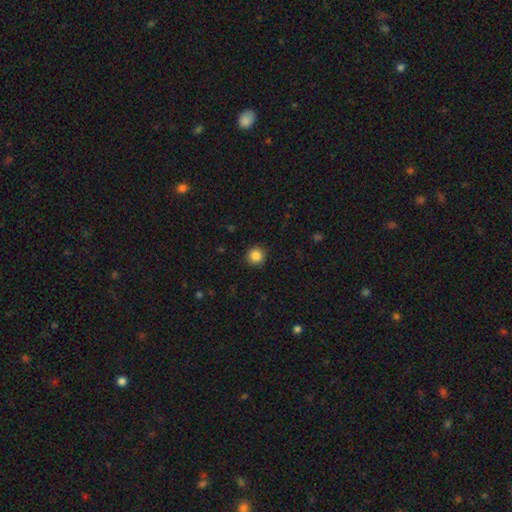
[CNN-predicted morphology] This appears to be a smooth galaxy with no disk features (86%) that is round (94%). Merging: none (91%).